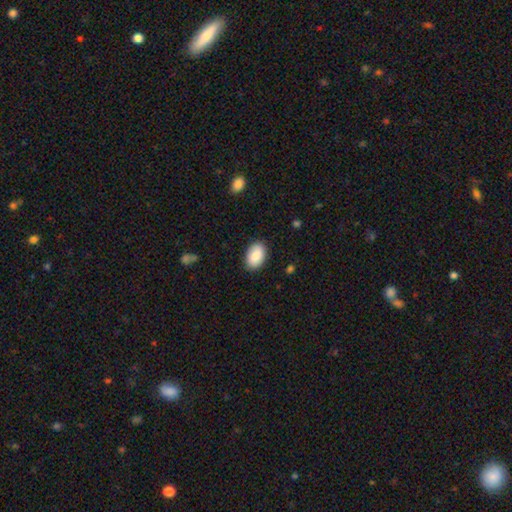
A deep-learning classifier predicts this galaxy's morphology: smooth-or-featured: smooth: 82% | featured or disk: 12% | star or artifact: 6%
  how-rounded: in between: 89% | round: 10% | cigar-shaped: 1%
  merging: none: 86% | minor disturbance: 11% | major disturbance: 2% | merger: 1%